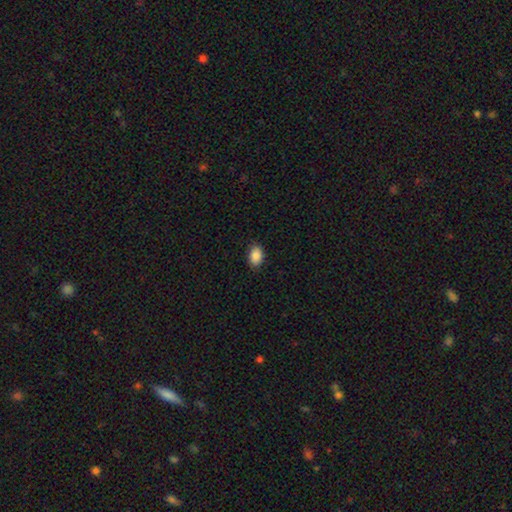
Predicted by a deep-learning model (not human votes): Overall: smooth (87%). How rounded: in between (85%). Merging: none (87%).